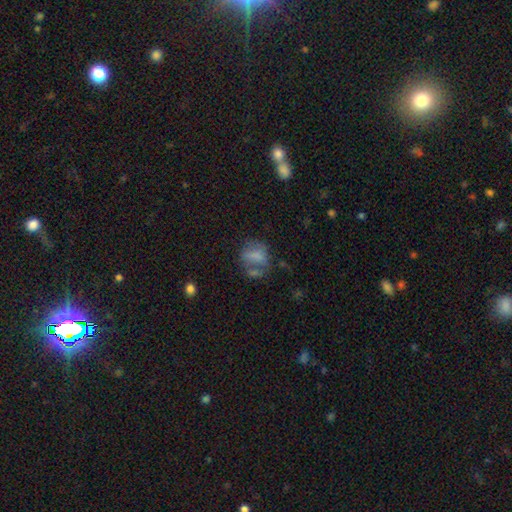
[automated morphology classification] smooth 58%, featured or disk 29%, star or artifact 13%. Down the decision tree: how rounded — in between (51%); merging — none (38%).